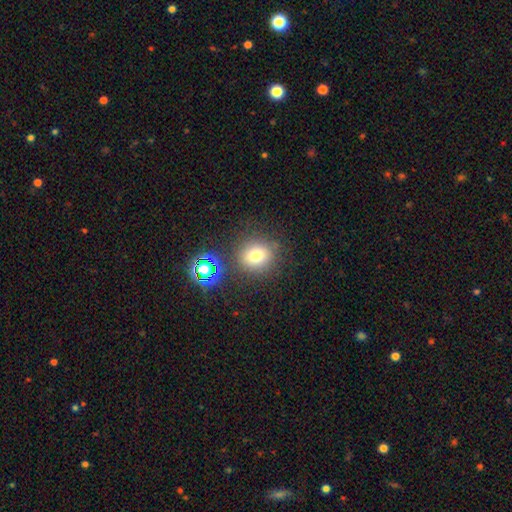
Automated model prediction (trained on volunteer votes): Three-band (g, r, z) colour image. It shows a smooth galaxy with no disk features (73%) that is round (80%). Merging: none (78%).